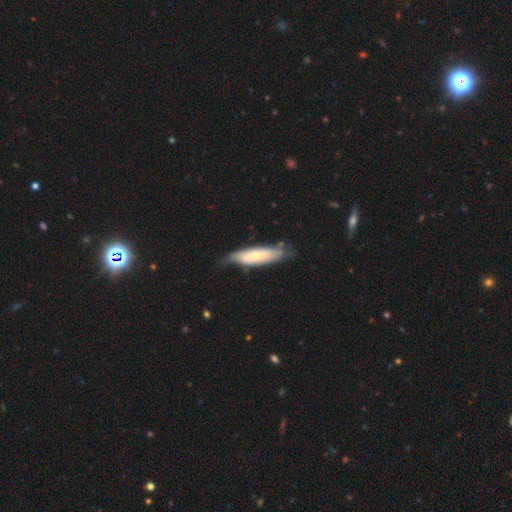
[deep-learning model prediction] The model was most divided on "smooth or featured": smooth: 58%, featured or disk: 36%, star or artifact: 6%. More confident: how rounded — cigar-shaped (67%); merging — none (60%).